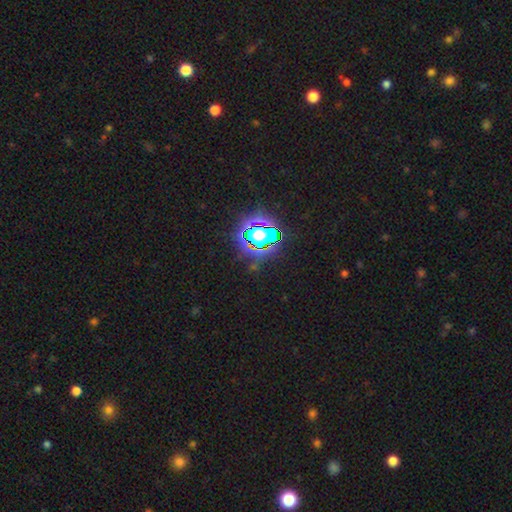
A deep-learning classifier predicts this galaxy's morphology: Smooth or featured? Predicted: star or artifact (p=0.79).